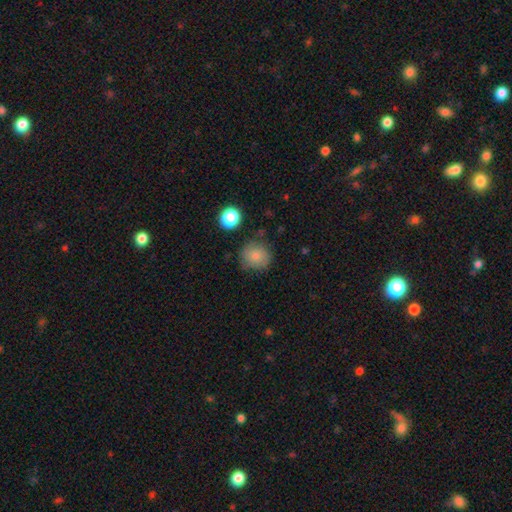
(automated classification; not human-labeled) Q: Smooth or featured?
A: smooth (82%); runner-up: star or artifact (10%)
Q: How rounded?
A: round (88%); runner-up: in between (11%)
Q: Merging?
A: none (77%); runner-up: minor disturbance (15%)